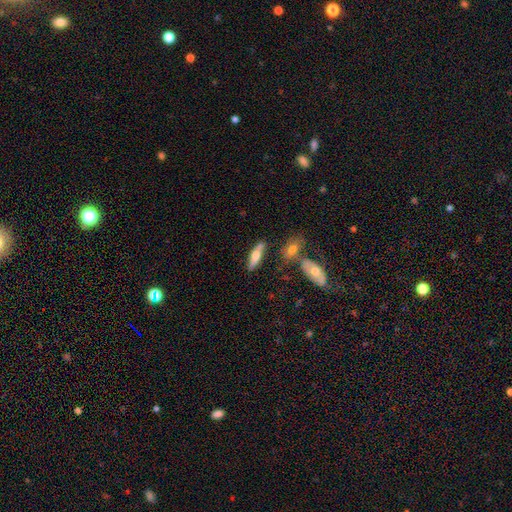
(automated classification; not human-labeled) Overall: smooth (53%; featured or disk 41%). How rounded: cigar-shaped (55%; in between 42%). Merging: none (66%).